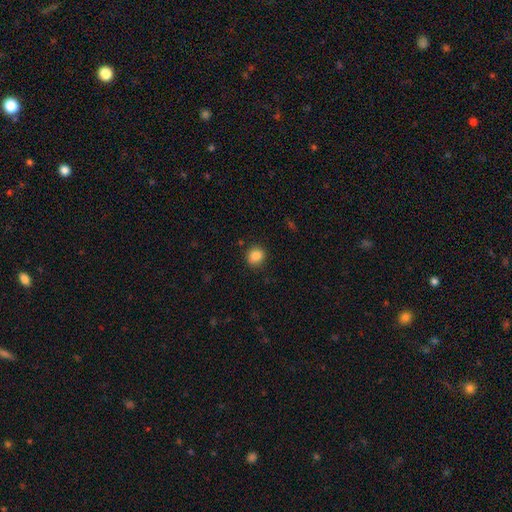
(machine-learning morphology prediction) smooth-or-featured: smooth: 86% | star or artifact: 10% | featured or disk: 4%
  how-rounded: round: 84% | in between: 15% | cigar-shaped: 1%
  merging: none: 87% | minor disturbance: 9% | major disturbance: 3% | merger: 1%